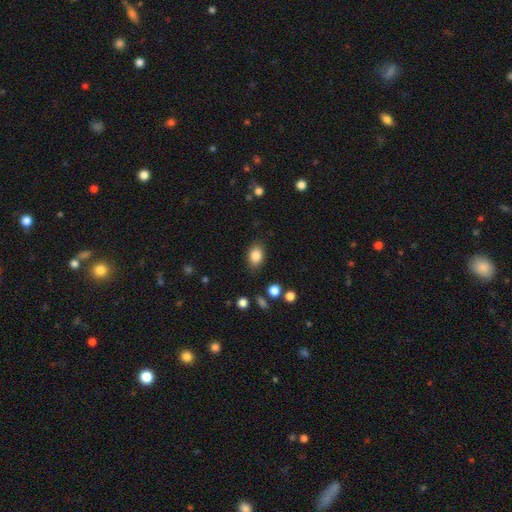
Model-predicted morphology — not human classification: Overall: smooth (84%). How rounded: in between (77%). Merging: none (83%).